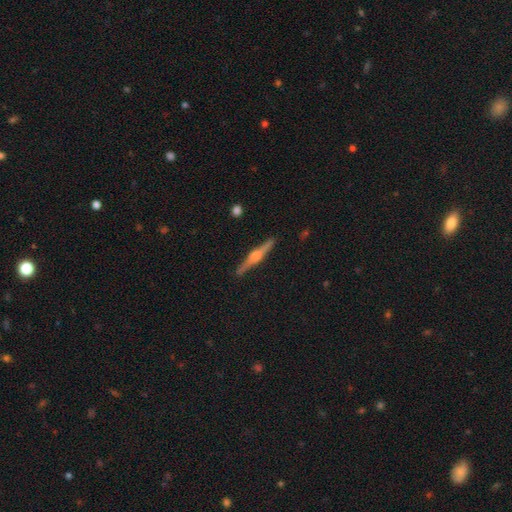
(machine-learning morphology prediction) type=featured or disk (81%); edge-on=yes (98%); edge-on bulge=rounded (90%); merging=none (91%).